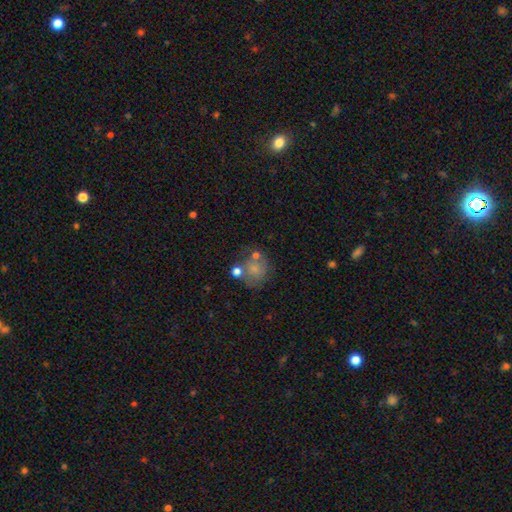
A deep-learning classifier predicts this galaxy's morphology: Smooth or featured?
  - smooth: 44% *
  - star or artifact: 33%
  - featured or disk: 23%
Merging?
  - none: 63% *
  - merger: 16%
  - minor disturbance: 13%
  - major disturbance: 8%